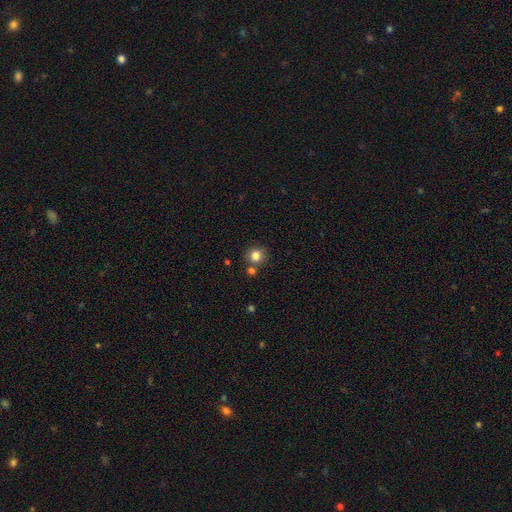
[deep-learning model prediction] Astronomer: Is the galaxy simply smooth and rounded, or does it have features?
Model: smooth — 82%.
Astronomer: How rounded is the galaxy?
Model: round — 89%.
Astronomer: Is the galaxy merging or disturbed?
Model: none — 73%.